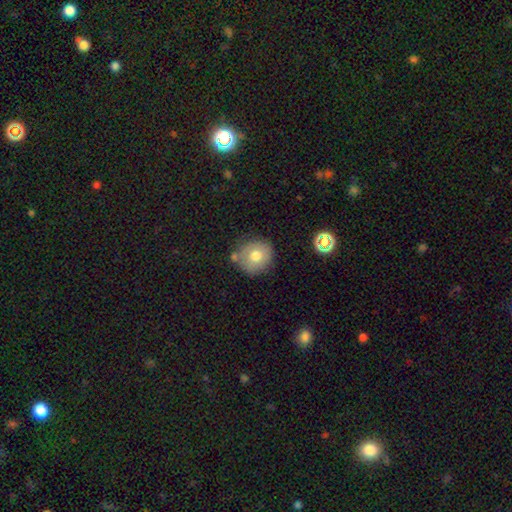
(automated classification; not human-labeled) Q: Smooth or featured?
A: smooth (73%); runner-up: featured or disk (18%)
Q: How rounded?
A: round (84%); runner-up: in between (15%)
Q: Merging?
A: none (69%); runner-up: minor disturbance (18%)